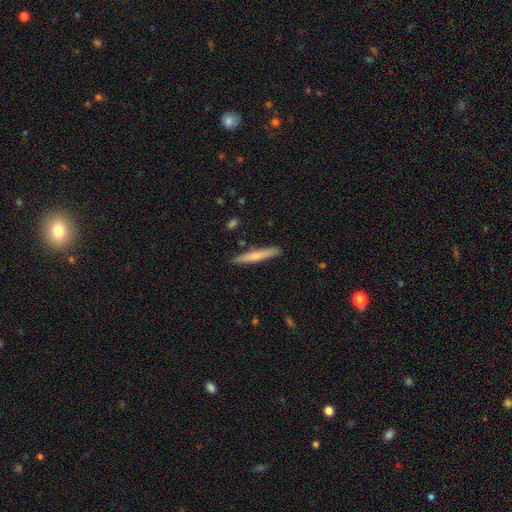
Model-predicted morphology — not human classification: A smooth galaxy with no disk features (59%) that is cigar-shaped (95%).

Vote fractions:
- Smooth or featured? smooth: 59% / featured or disk: 35% / star or artifact: 5%
- How rounded? cigar-shaped: 95% / in between: 4% / round: 1%
- Merging? none: 89% / minor disturbance: 7% / merger: 2% / major disturbance: 1%